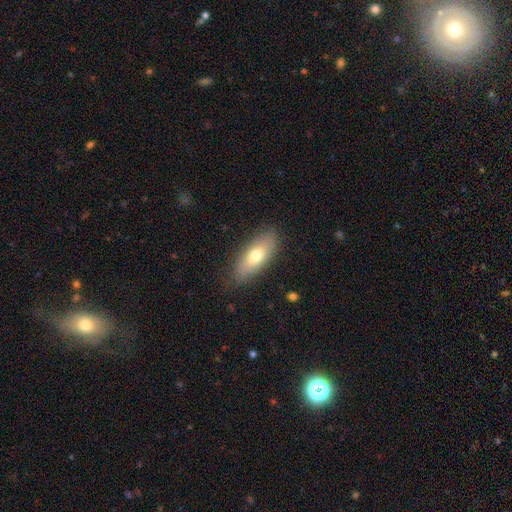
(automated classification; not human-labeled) This is likely a smooth galaxy (70%). How rounded: likely in between (79%). Merging: clearly none (82%).